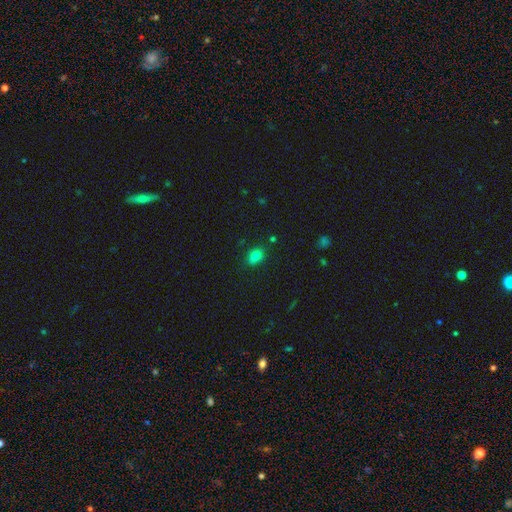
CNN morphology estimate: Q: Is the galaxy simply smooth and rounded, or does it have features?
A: smooth — 79%.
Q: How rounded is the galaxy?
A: in between — 72%.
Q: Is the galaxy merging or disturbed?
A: none — 76%.